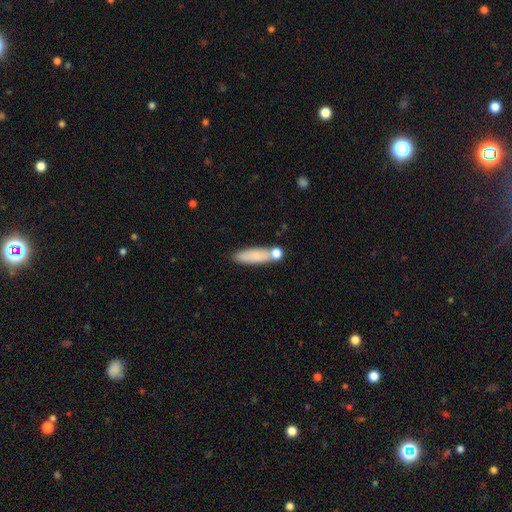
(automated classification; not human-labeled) This is likely a smooth galaxy (78%). How rounded: possibly cigar-shaped (53%). Merging: likely none (60%).